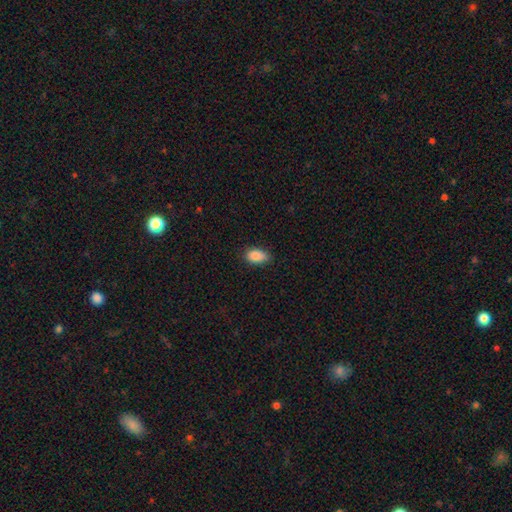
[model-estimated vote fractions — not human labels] The model was most divided on "merging": none: 75%, minor disturbance: 20%, major disturbance: 3%, merger: 1%. More confident: how rounded — in between (90%); smooth or featured — smooth (87%).